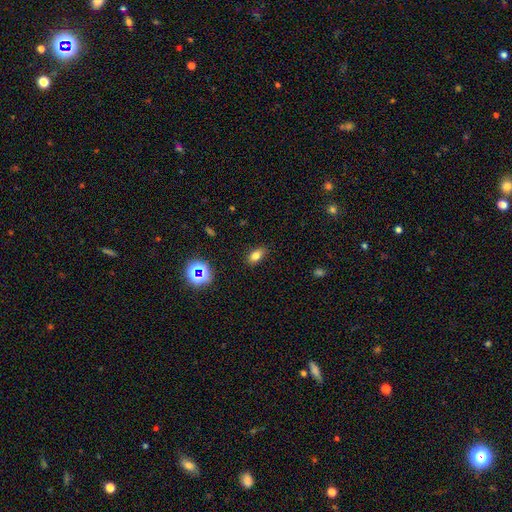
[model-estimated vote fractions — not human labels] Morphology: type=smooth (76%); roundness=in between (84%); merging=none (83%).